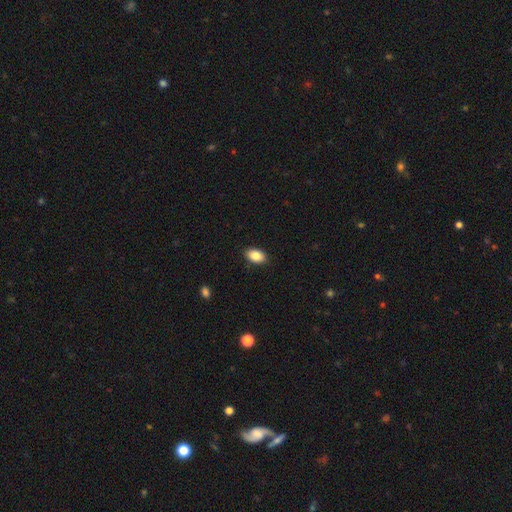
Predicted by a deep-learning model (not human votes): Smooth or featured? smooth (85%)
How rounded? in between (90%)
Merging? none (89%)